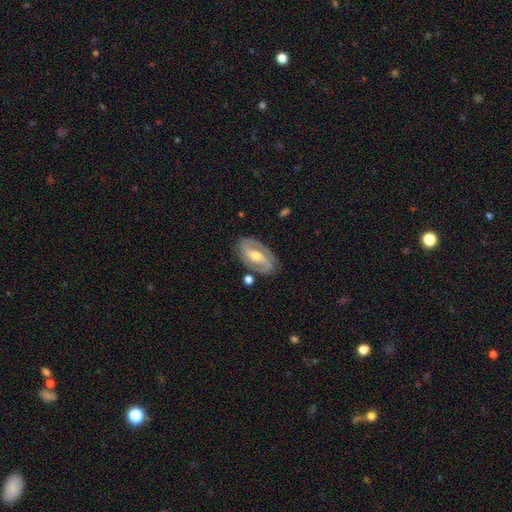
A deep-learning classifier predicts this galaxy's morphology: Overall: featured or disk (81%). Edge-on disk: no (94%). Bar: weak (39%; strong 36%). Spiral arms: yes (89%). Spiral arm count: 2 (86%). Spiral winding: medium (44%; tight 40%). Bulge size: moderate (65%; small 30%). Merging: none (81%).